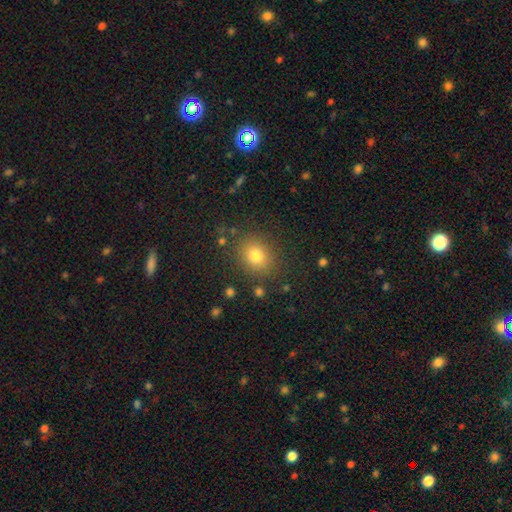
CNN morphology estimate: A smooth galaxy with no disk features (78%) that is round (64%). Merging: none (85%).